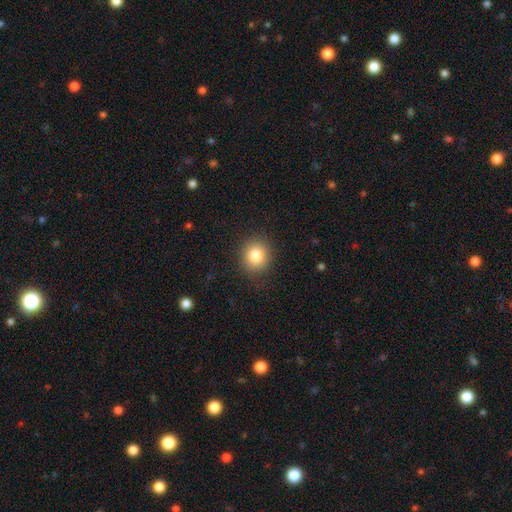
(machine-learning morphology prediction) smooth_or_featured: smooth (p=0.82) [alt: star or artifact p=0.10]
how_rounded: round (p=0.81) [alt: in between p=0.19]
merging: none (p=0.88) [alt: minor disturbance p=0.08]